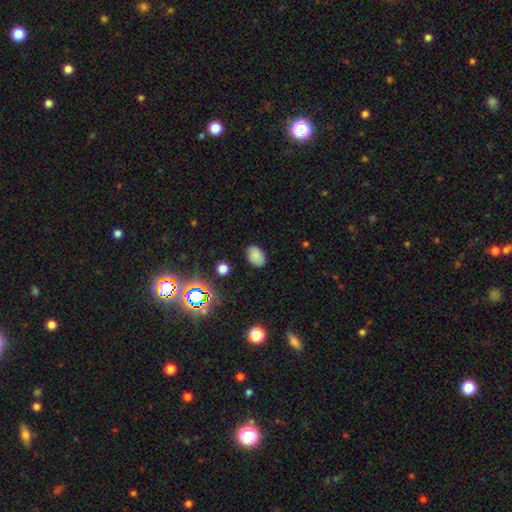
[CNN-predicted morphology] smooth 81%, star or artifact 14%, featured or disk 6%. Down the decision tree: how rounded — in between (86%); merging — none (84%).